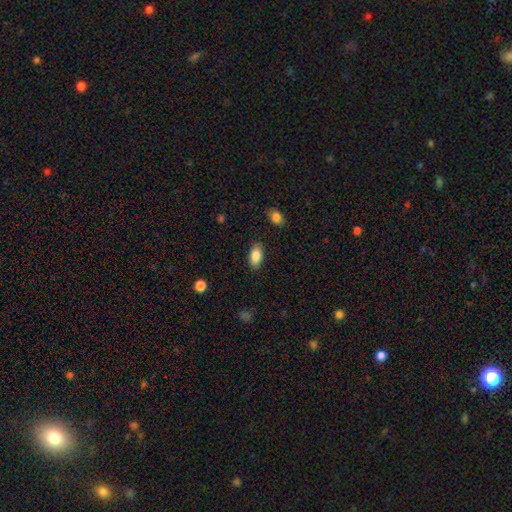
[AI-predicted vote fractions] Smooth or featured? smooth (86%)
How rounded? in between (92%)
Merging? none (87%)